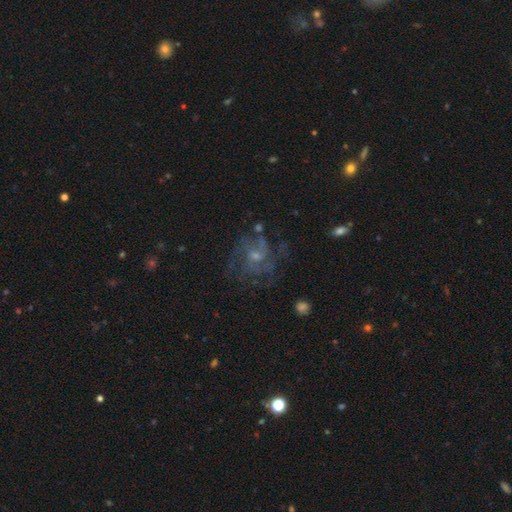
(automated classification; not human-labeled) This is likely a featured or disk galaxy (69%). It is clearly not viewed edge-on (97%). Bar: likely no (67%). Spiral arm pattern: clearly yes (85%). Spiral arm count: marginally can't tell (38%). Spiral winding: possibly medium (46%). Central bulge: possibly small (49%). Merging: likely none (66%).